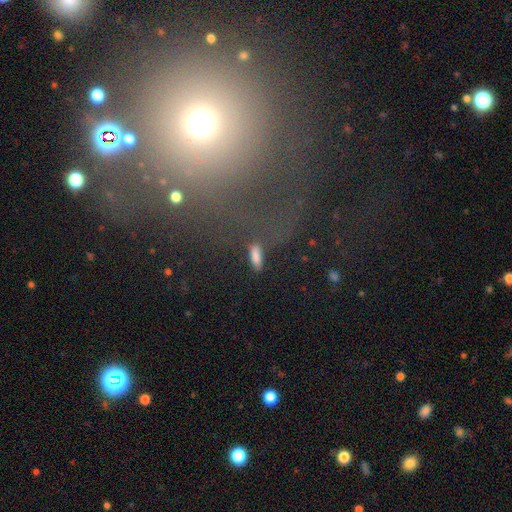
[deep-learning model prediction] Q: Smooth or featured?
A: smooth (76%); runner-up: star or artifact (13%)
Q: How rounded?
A: in between (50%); runner-up: cigar-shaped (44%)
Q: Merging?
A: none (74%); runner-up: minor disturbance (14%)